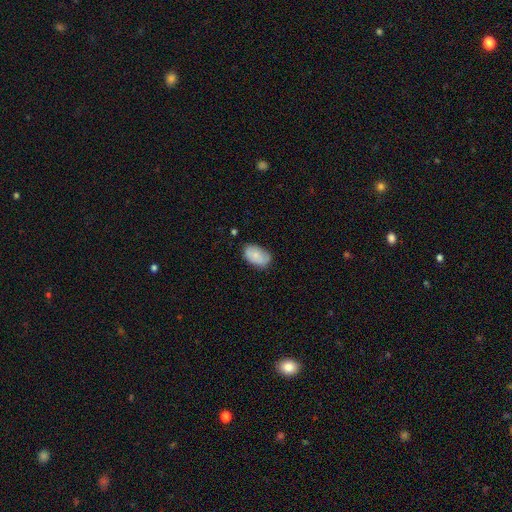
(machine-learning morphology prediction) This appears to be a smooth galaxy with no disk features (75%) that is in between round and cigar-shaped (92%). Merging: none (70%).